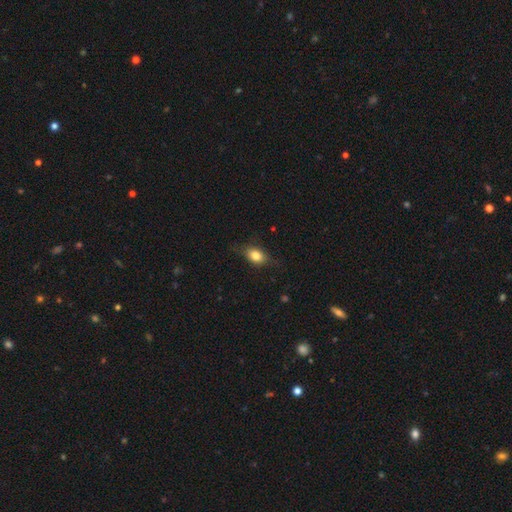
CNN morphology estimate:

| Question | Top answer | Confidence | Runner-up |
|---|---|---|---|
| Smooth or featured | smooth | 77% | featured or disk (14%) |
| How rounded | in between | 73% | round (22%) |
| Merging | none | 71% | minor disturbance (21%) |